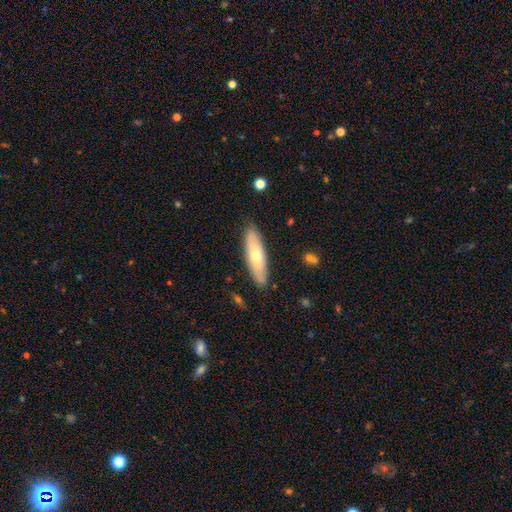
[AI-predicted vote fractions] Morphology: type=smooth (59%); roundness=cigar-shaped (58%); merging=none (86%).